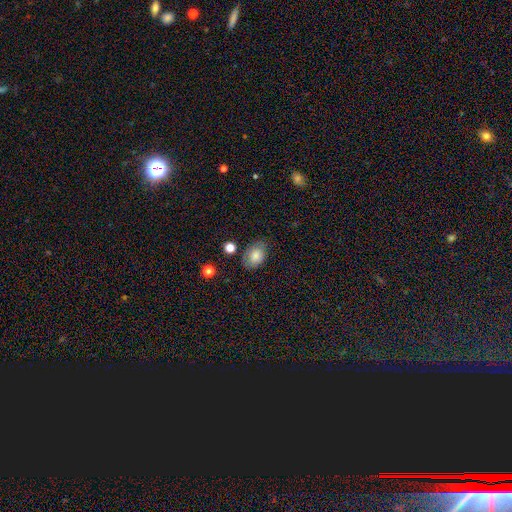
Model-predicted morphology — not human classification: Q: Smooth or featured?
A: smooth (81%); runner-up: featured or disk (11%)
Q: How rounded?
A: in between (84%); runner-up: round (15%)
Q: Merging?
A: none (74%); runner-up: minor disturbance (19%)